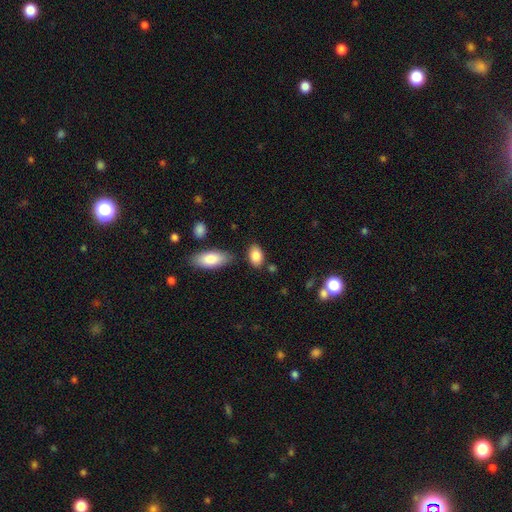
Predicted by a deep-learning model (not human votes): smooth_or_featured: smooth (p=0.86) [alt: featured or disk p=0.07]
how_rounded: in between (p=0.89) [alt: round p=0.09]
merging: none (p=0.76) [alt: minor disturbance p=0.14]